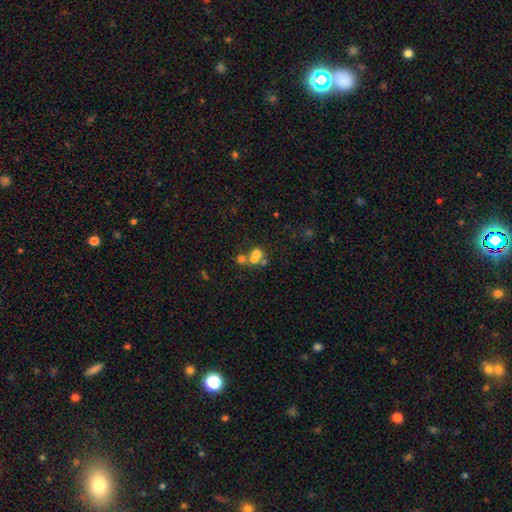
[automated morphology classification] Smooth or featured? Predicted: smooth (p=0.58). How rounded? Predicted: round (p=0.80). Merging? Predicted: merger (p=0.60).